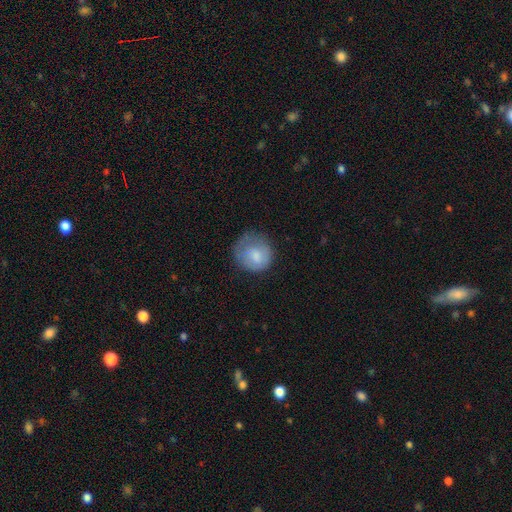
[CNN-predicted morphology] smooth_or_featured: smooth (p=0.69) [alt: featured or disk p=0.24]
how_rounded: round (p=0.82) [alt: in between p=0.17]
merging: none (p=0.49) [alt: minor disturbance p=0.29]